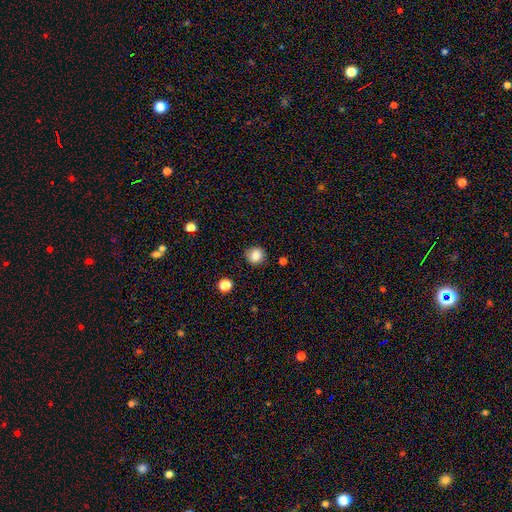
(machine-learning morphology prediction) Q: Smooth or featured?
A: smooth (83%); runner-up: star or artifact (10%)
Q: How rounded?
A: round (88%); runner-up: in between (11%)
Q: Merging?
A: none (86%); runner-up: minor disturbance (10%)